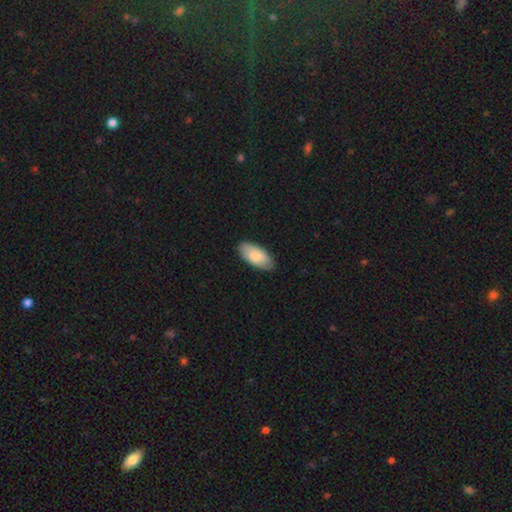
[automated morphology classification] A smooth galaxy with no disk features (83%) that is in between round and cigar-shaped (92%).

Vote fractions:
- Smooth or featured? smooth: 83% / featured or disk: 12% / star or artifact: 5%
- How rounded? in between: 92% / cigar-shaped: 6% / round: 2%
- Merging? none: 86% / minor disturbance: 11% / major disturbance: 2% / merger: 1%